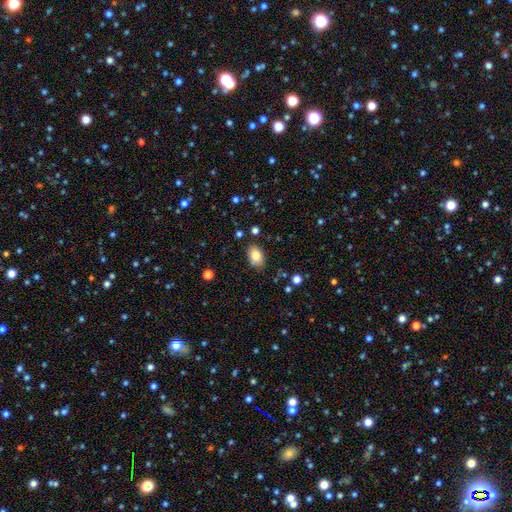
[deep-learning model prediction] Smooth or featured?
  - smooth: 82% *
  - featured or disk: 10%
  - star or artifact: 9%
How rounded?
  - in between: 86% *
  - round: 13%
  - cigar-shaped: 1%
Merging?
  - none: 81% *
  - minor disturbance: 14%
  - major disturbance: 3%
  - merger: 2%